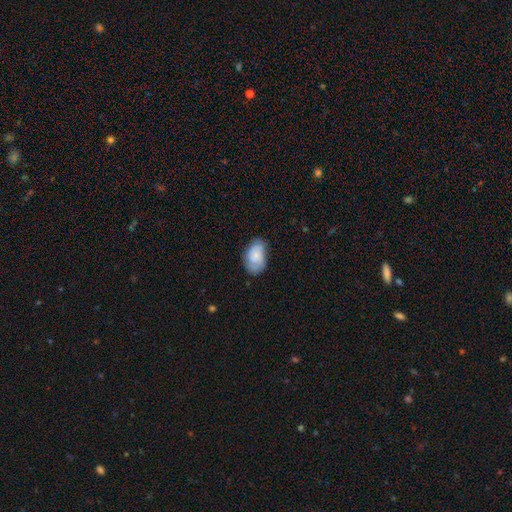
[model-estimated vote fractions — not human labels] A smooth galaxy with no disk features (68%) that is in between round and cigar-shaped (90%). Merging: none (64%).